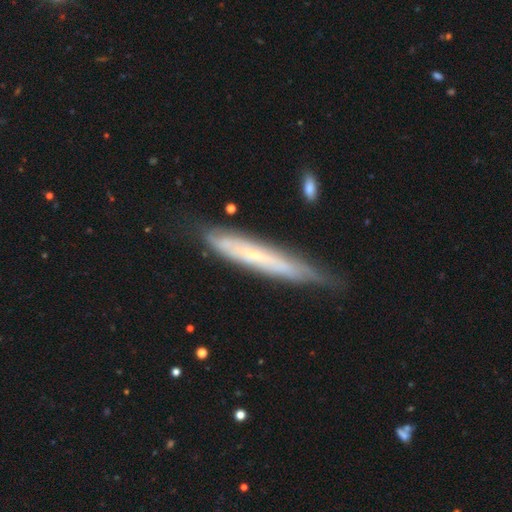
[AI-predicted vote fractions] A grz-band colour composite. It shows a featured or disk galaxy (59%) viewed edge-on (66%). Merging: none (67%).